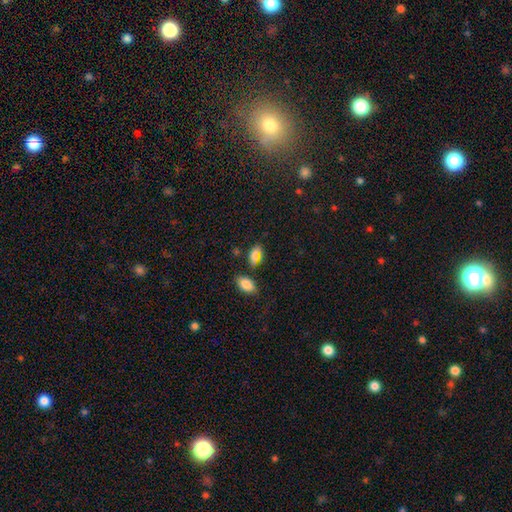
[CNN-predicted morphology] Smooth or featured? smooth (77%)
How rounded? in between (88%)
Merging? none (69%)